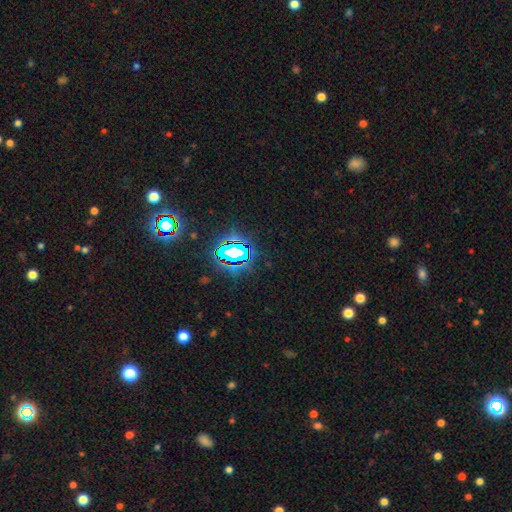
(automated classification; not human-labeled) This is clearly a star or artifact rather than a galaxy (80%).